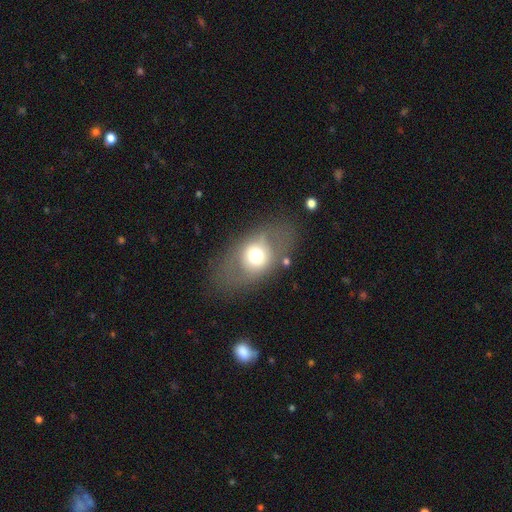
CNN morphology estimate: smooth_or_featured: smooth (p=0.57) [alt: featured or disk p=0.33]
how_rounded: in between (p=0.74) [alt: round p=0.24]
merging: none (p=0.71) [alt: minor disturbance p=0.15]